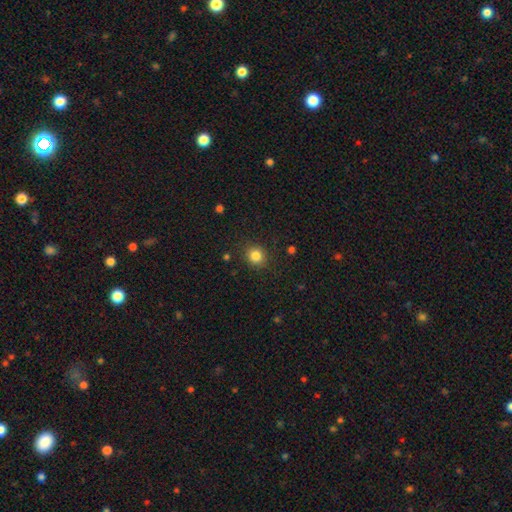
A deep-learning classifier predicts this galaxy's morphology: The model was most divided on "how rounded": round: 84%, in between: 15%, cigar-shaped: 1%. More confident: merging — none (88%); smooth or featured — smooth (83%).